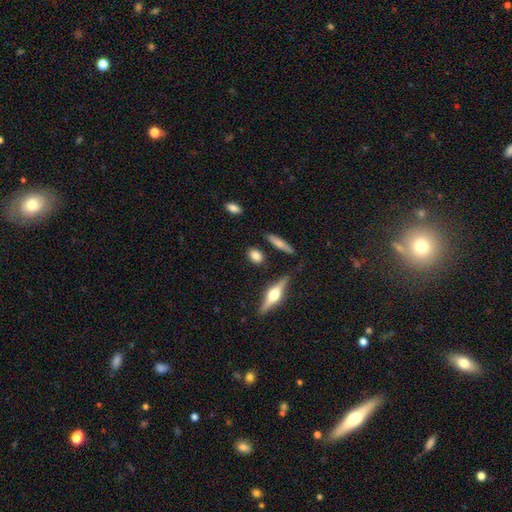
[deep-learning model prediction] Smooth or featured? Predicted: smooth (p=0.72). How rounded? Predicted: in between (p=0.56). Merging? Predicted: none (p=0.82).